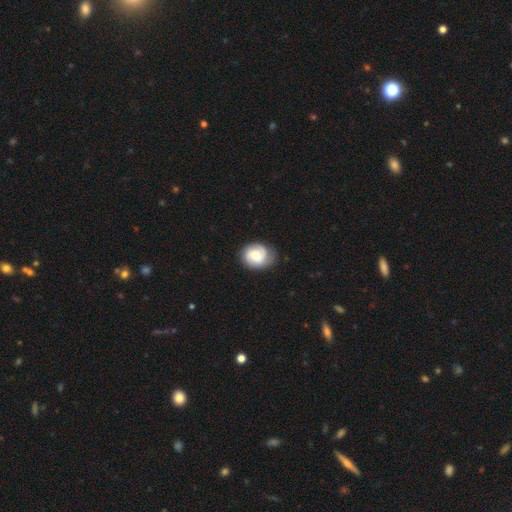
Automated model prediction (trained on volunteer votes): Overall: featured or disk (57%; smooth 36%). Edge-on disk: no (98%). Bar: no (57%; weak 36%). Spiral arms: yes (91%). Spiral arm count: 2 (58%). Spiral winding: tight (45%; medium 39%). Bulge size: moderate (59%; small 27%). Merging: none (75%).